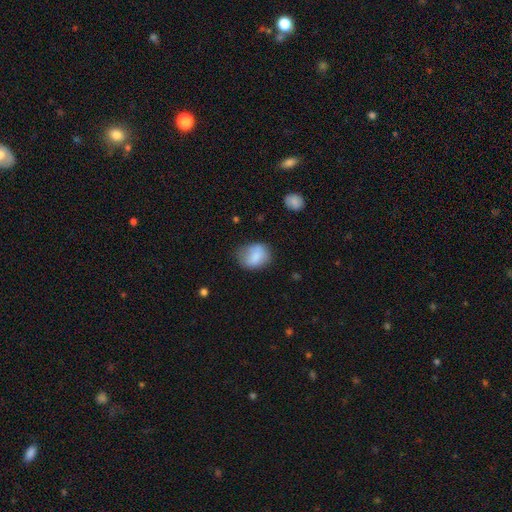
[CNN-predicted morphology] Smooth or featured: smooth — 81% (featured or disk — 11%)
How rounded: in between — 57% (round — 42%)
Merging: none — 60% (minor disturbance — 29%)